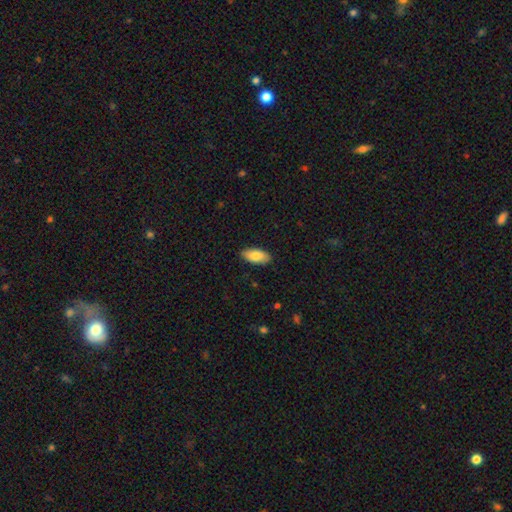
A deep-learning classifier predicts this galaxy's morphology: The model was most divided on "smooth or featured": smooth: 81%, featured or disk: 13%, star or artifact: 6%. More confident: how rounded — in between (91%); merging — none (88%).